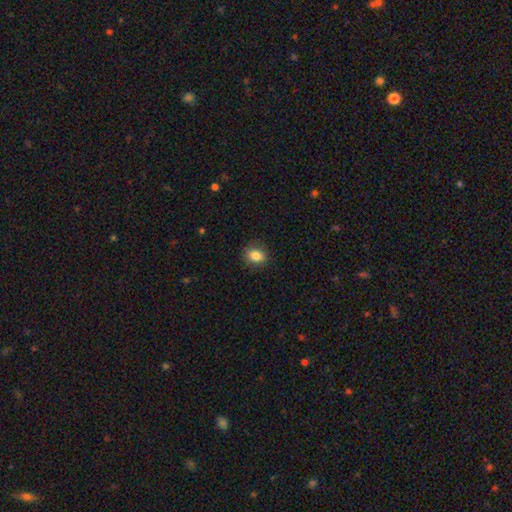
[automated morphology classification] smooth_or_featured: smooth (p=0.85) [alt: star or artifact p=0.09]
how_rounded: in between (p=0.50) [alt: round p=0.49]
merging: none (p=0.87) [alt: minor disturbance p=0.10]